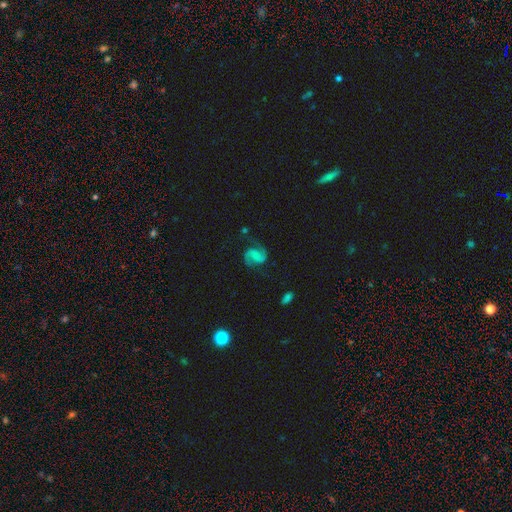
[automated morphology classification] This is clearly a featured or disk galaxy (85%). It is clearly not viewed edge-on (98%). Bar: marginally no (41%). Spiral arm pattern: clearly yes (97%). Spiral arm count: clearly 2 (93%). Spiral winding: possibly medium (55%). Central bulge: likely none (69%). Merging: likely none (74%).